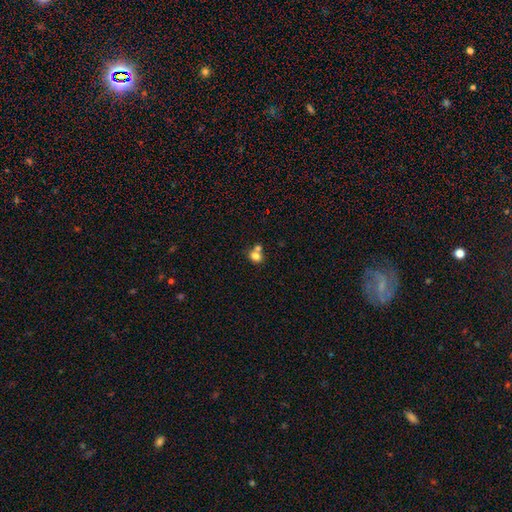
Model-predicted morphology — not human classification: smooth_or_featured: smooth (p=0.77) [alt: star or artifact p=0.12]
how_rounded: round (p=0.52) [alt: in between p=0.47]
merging: merger (p=0.47) [alt: none p=0.41]